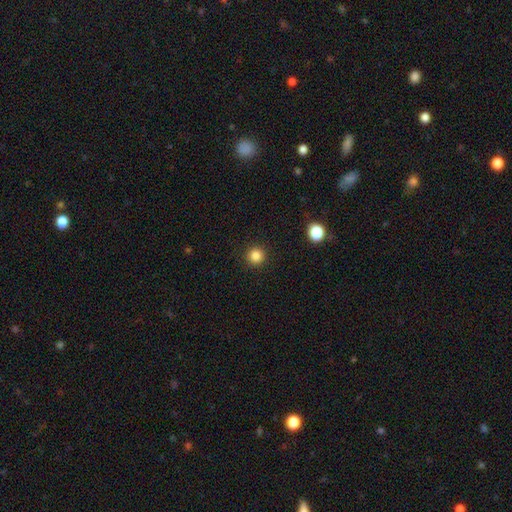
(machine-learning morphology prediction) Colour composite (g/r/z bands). It shows a smooth galaxy with no disk features (84%) that is round (95%). Merging: none (92%).